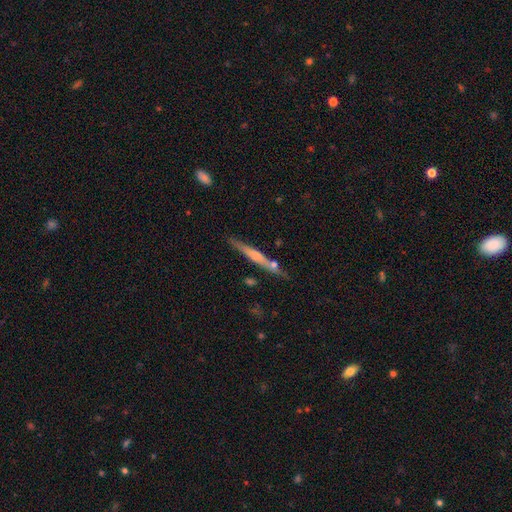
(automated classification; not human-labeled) smooth_or_featured: featured or disk (p=0.60) [alt: smooth p=0.34]
disk_edge_on: yes (p=0.96) [alt: no p=0.04]
edge_on_bulge: rounded (p=0.59) [alt: none p=0.31]
merging: none (p=0.79) [alt: minor disturbance p=0.12]